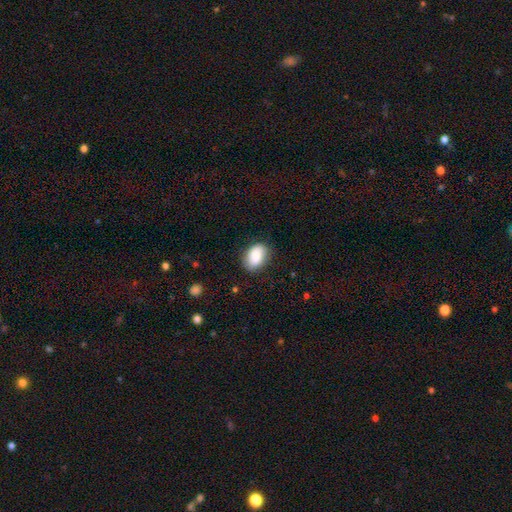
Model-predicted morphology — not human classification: Overall: smooth (85%). How rounded: in between (84%). Merging: none (82%).